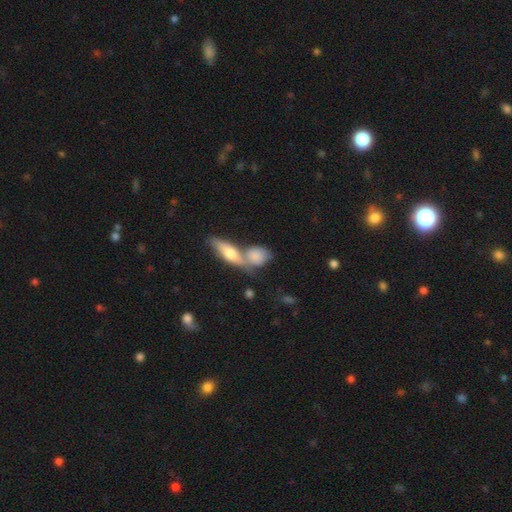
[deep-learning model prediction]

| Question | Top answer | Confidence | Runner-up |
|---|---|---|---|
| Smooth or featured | smooth | 74% | featured or disk (20%) |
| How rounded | in between | 66% | round (24%) |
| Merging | merger | 57% | none (28%) |